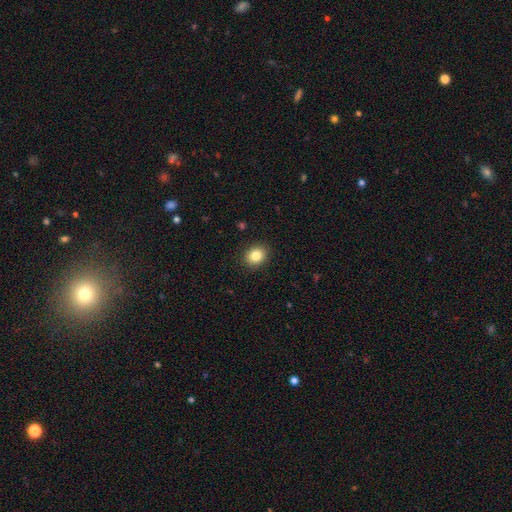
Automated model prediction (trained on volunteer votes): This appears to be a smooth galaxy with no disk features (84%) that is round (64%). Merging: none (90%).